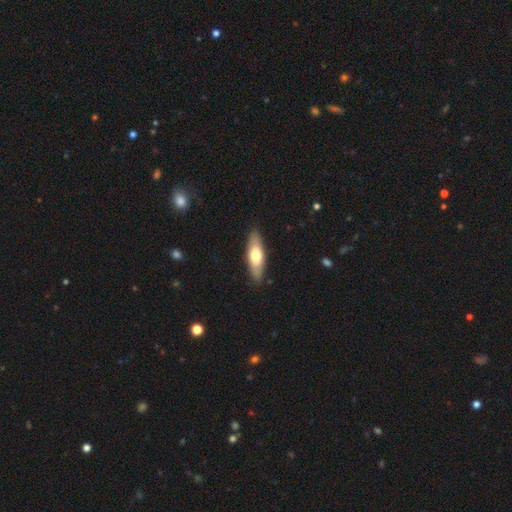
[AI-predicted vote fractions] The model was most divided on "how rounded": in between: 54%, cigar-shaped: 44%, round: 2%. More confident: merging — none (87%); smooth or featured — smooth (60%).